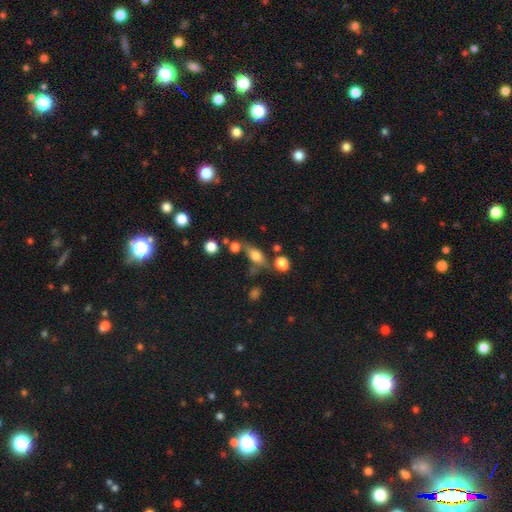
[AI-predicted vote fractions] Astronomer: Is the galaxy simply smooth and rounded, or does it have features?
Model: smooth — 66%.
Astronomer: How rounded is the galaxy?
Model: in between — 70%.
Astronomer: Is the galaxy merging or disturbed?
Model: none — 50%.